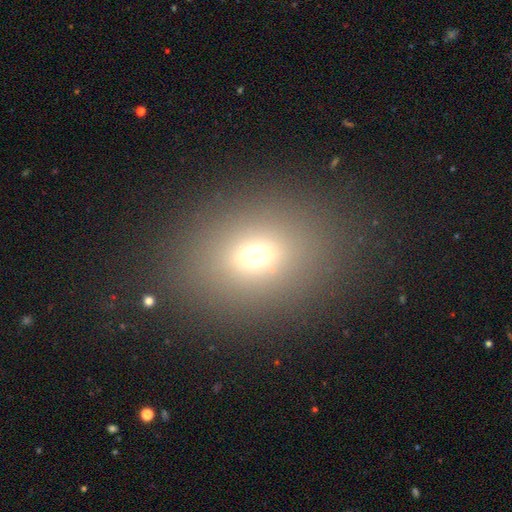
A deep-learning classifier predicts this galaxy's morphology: Smooth or featured? Predicted: smooth (p=0.67). How rounded? Predicted: in between (p=0.58). Merging? Predicted: none (p=0.85).